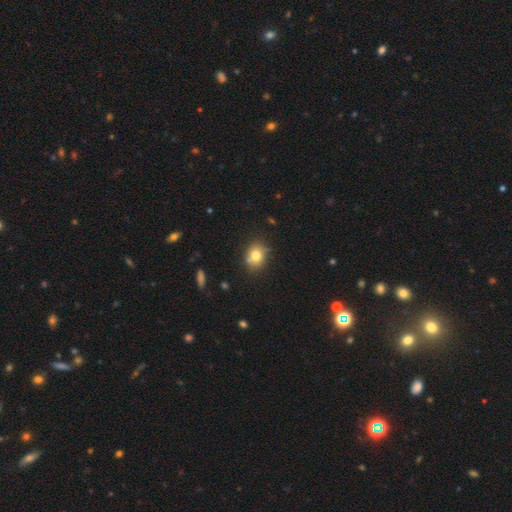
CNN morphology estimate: Smooth or featured?
  - smooth: 77% *
  - featured or disk: 12%
  - star or artifact: 12%
How rounded?
  - round: 52% *
  - in between: 47%
  - cigar-shaped: 1%
Merging?
  - none: 76% *
  - minor disturbance: 15%
  - merger: 5%
  - major disturbance: 3%